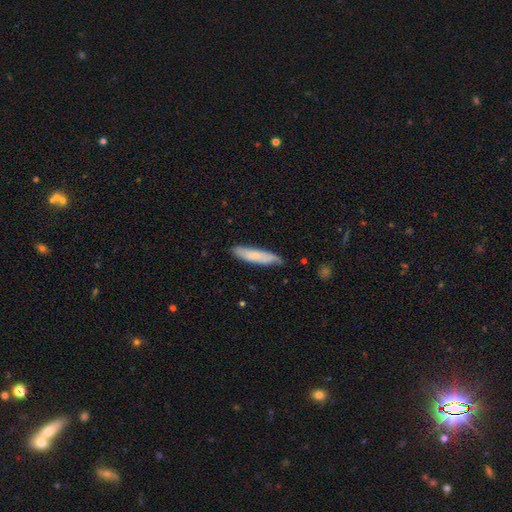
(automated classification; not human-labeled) A smooth galaxy with no disk features (74%) that is cigar-shaped (82%). Merging: none (78%).